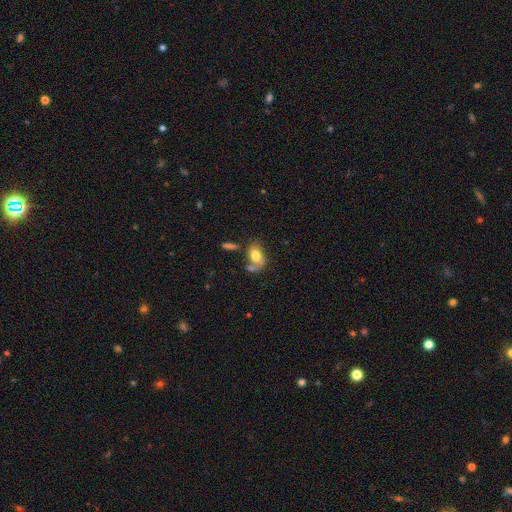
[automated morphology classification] smooth 70%, featured or disk 22%, star or artifact 8%. Down the decision tree: how rounded — in between (81%); merging — none (38%).